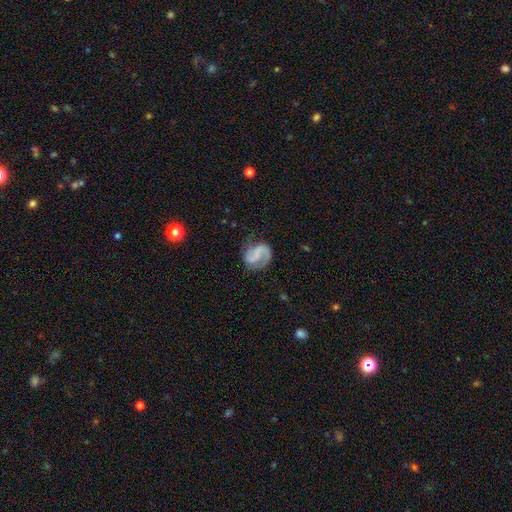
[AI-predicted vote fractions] Morphology: type=featured or disk (81%); edge-on=no (98%); bar=weak (42%); spiral arms=yes (95%); winding=medium (47%); arm count=2 (89%); bulge=none (62%); merging=none (74%).